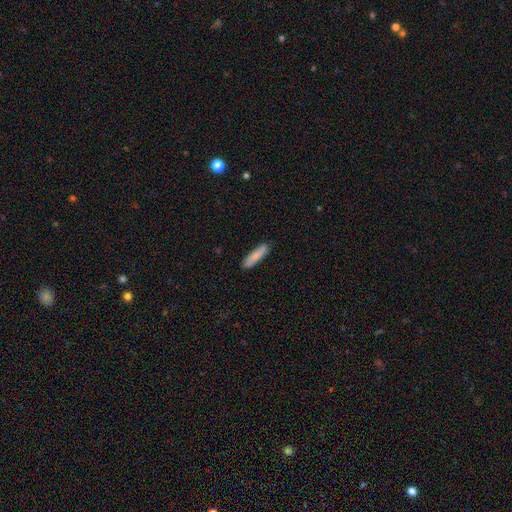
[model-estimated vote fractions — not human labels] Smooth or featured? Predicted: smooth (p=0.82). How rounded? Predicted: cigar-shaped (p=0.75). Merging? Predicted: none (p=0.87).